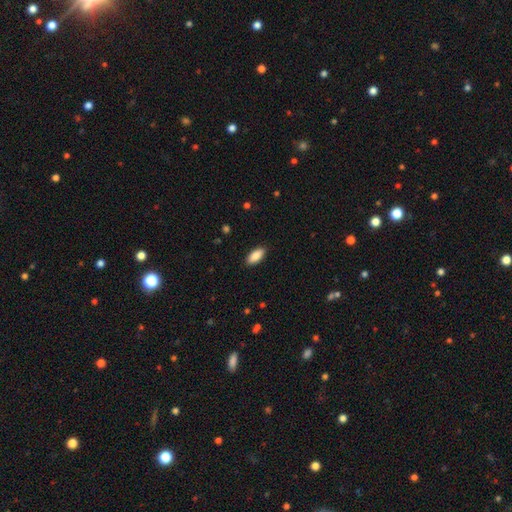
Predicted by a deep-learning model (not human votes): Smooth or featured? smooth (89%)
How rounded? in between (89%)
Merging? none (89%)